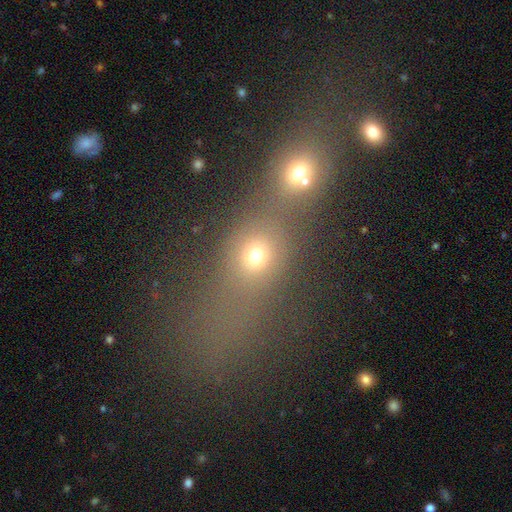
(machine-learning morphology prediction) A smooth galaxy with no disk features (67%) that is round (55%).

Vote fractions:
- Smooth or featured? smooth: 67% / star or artifact: 20% / featured or disk: 13%
- How rounded? round: 55% / in between: 41% / cigar-shaped: 4%
- Merging? none: 47% / merger: 34% / minor disturbance: 11% / major disturbance: 9%